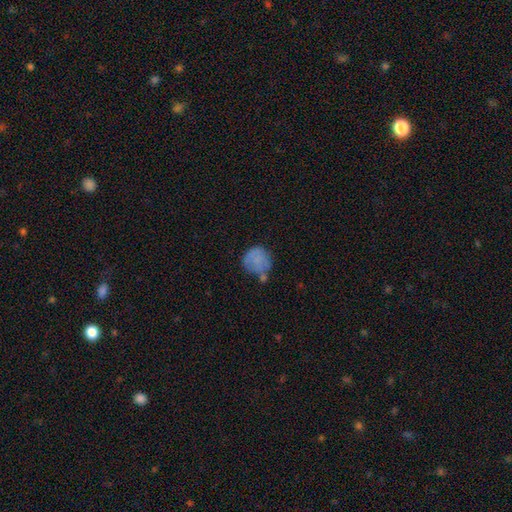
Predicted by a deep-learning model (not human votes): Q: Smooth or featured?
A: smooth (71%); runner-up: featured or disk (19%)
Q: How rounded?
A: round (82%); runner-up: in between (17%)
Q: Merging?
A: none (44%); runner-up: minor disturbance (27%)